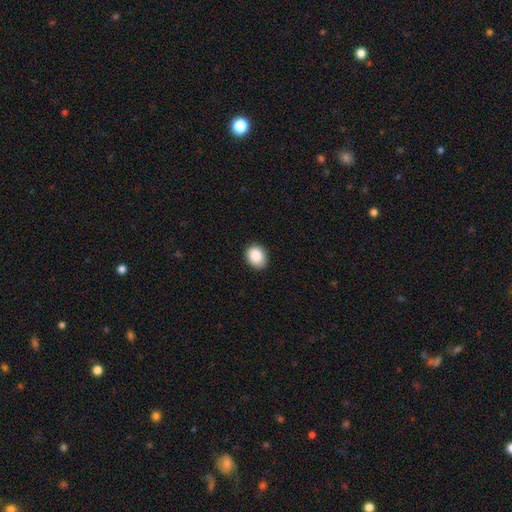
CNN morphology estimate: smooth-or-featured: smooth: 88% | star or artifact: 8% | featured or disk: 4%
  how-rounded: in between: 58% | round: 41% | cigar-shaped: 1%
  merging: none: 85% | minor disturbance: 12% | major disturbance: 2% | merger: 1%